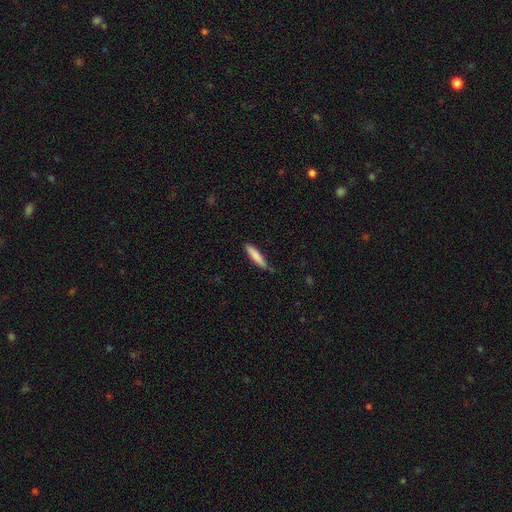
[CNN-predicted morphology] This appears to be a smooth galaxy with no disk features (81%) that is cigar-shaped (86%). Merging: none (71%).